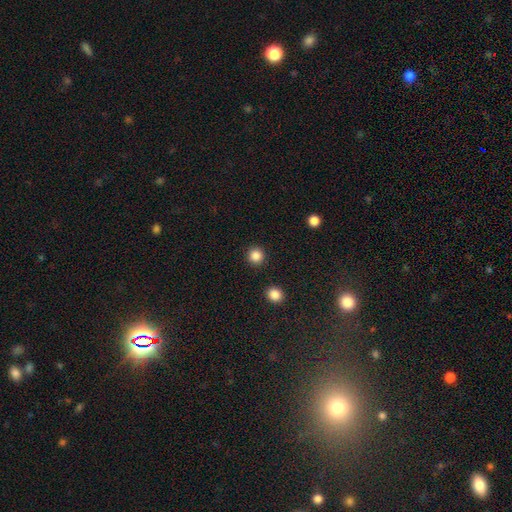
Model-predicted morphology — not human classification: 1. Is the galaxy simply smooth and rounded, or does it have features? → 86% smooth, 11% star or artifact, 3% featured or disk.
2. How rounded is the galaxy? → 95% round, 4% in between, 1% cigar-shaped.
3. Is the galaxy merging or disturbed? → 92% none, 4% minor disturbance, 2% major disturbance, 2% merger.